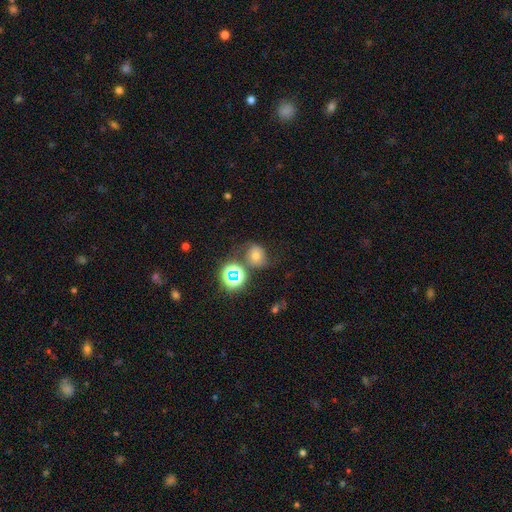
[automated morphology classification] Q: Smooth or featured?
A: smooth (54%); runner-up: star or artifact (23%)
Q: How rounded?
A: round (62%); runner-up: in between (37%)
Q: Merging?
A: none (55%); runner-up: minor disturbance (23%)